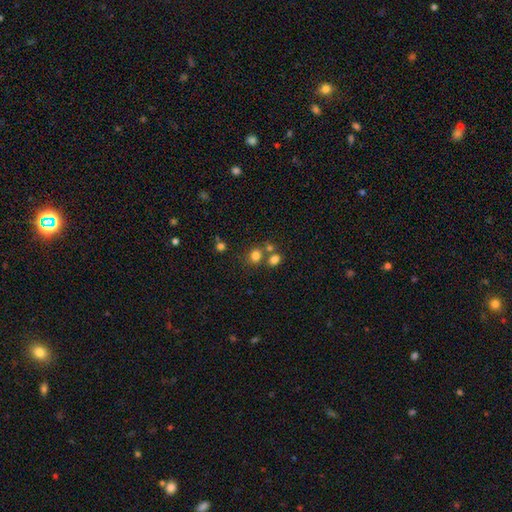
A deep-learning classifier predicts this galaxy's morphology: Overall: smooth (77%). How rounded: round (73%). Merging: none (59%; merger 28%).